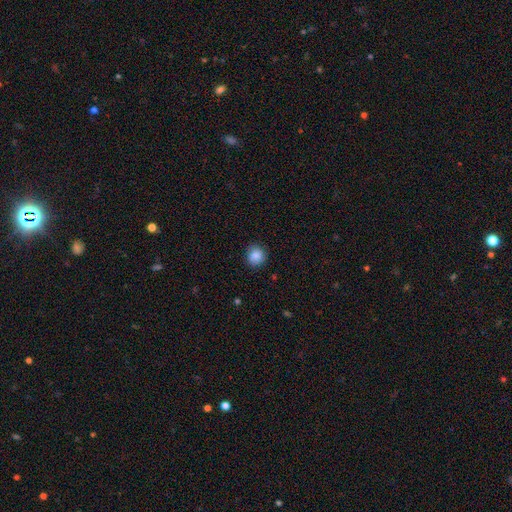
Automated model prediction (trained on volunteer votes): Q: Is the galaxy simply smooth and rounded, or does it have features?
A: smooth — 86%.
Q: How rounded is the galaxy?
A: round — 89%.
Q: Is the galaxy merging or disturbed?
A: none — 87%.